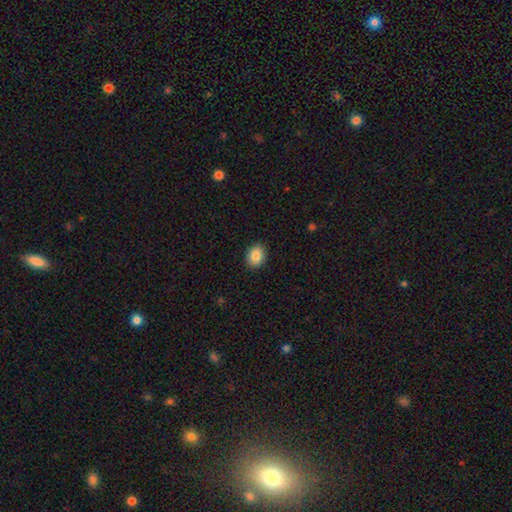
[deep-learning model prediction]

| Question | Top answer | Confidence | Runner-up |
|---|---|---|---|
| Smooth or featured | smooth | 87% | star or artifact (8%) |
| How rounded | in between | 60% | round (39%) |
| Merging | none | 91% | minor disturbance (7%) |